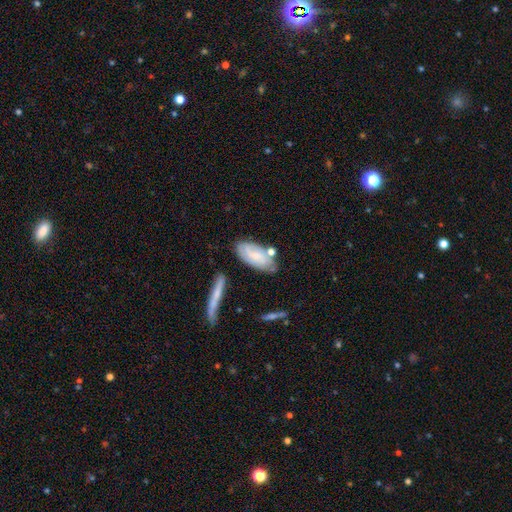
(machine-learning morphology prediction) smooth-or-featured: smooth: 50% | featured or disk: 43% | star or artifact: 7%
  merging: none: 59% | minor disturbance: 22% | merger: 12% | major disturbance: 7%